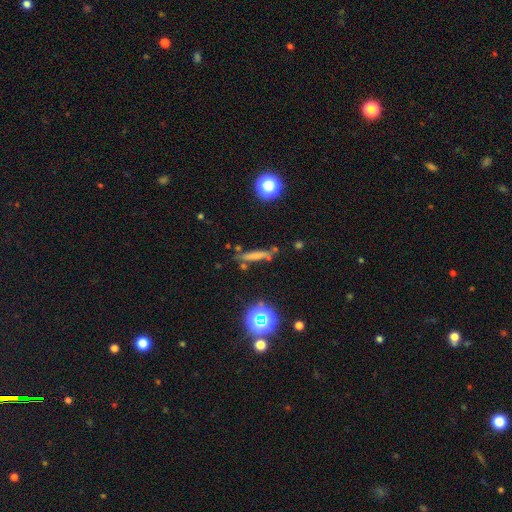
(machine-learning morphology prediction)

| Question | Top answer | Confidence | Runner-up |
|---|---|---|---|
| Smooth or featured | smooth | 62% | featured or disk (23%) |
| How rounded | cigar-shaped | 86% | in between (9%) |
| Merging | none | 73% | minor disturbance (16%) |